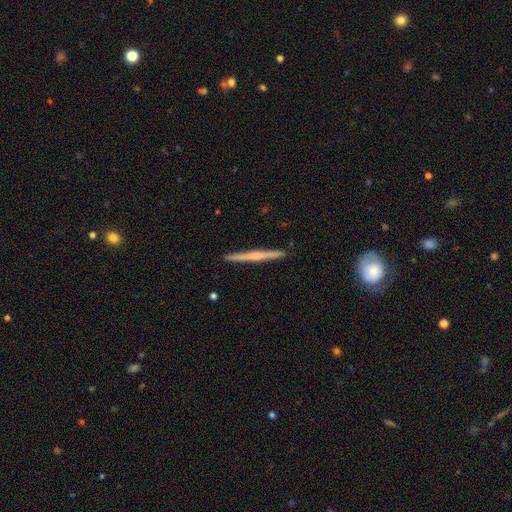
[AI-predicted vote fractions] Smooth or featured? featured or disk (63%)
Edge-on disk? yes (98%)
Edge-on bulge? rounded (56%)
Merging? none (93%)